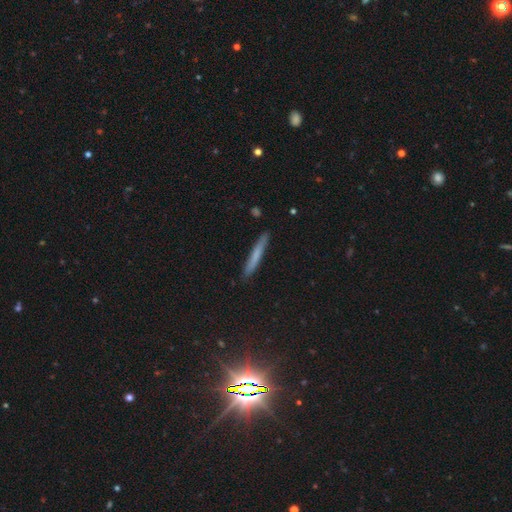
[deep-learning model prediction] smooth 67%, featured or disk 26%, star or artifact 7%. Down the decision tree: how rounded — cigar-shaped (96%); merging — none (88%).